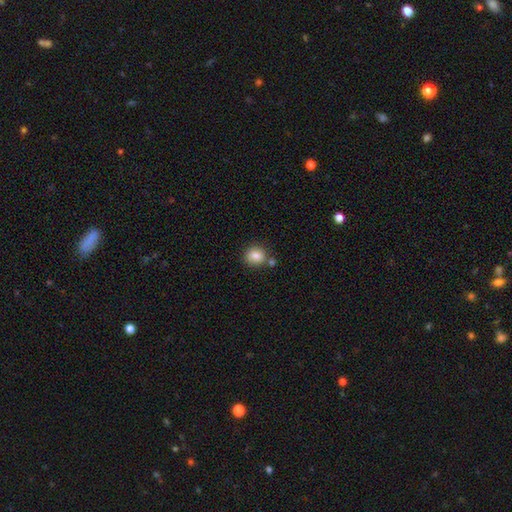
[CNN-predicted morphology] Smooth or featured? Predicted: smooth (p=0.84). How rounded? Predicted: round (p=0.79). Merging? Predicted: none (p=0.70).